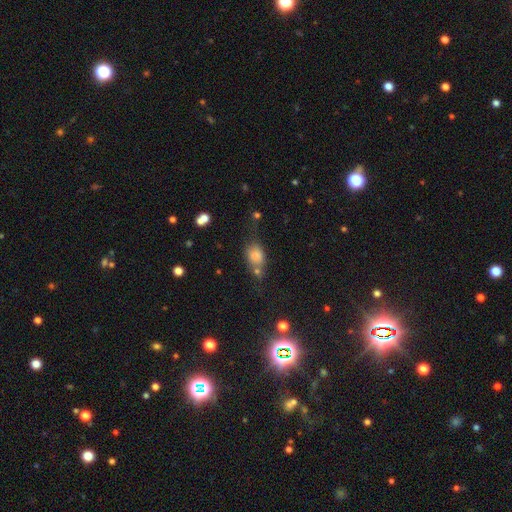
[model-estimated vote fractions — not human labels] Smooth or featured? smooth (76%)
How rounded? in between (72%)
Merging? none (44%)